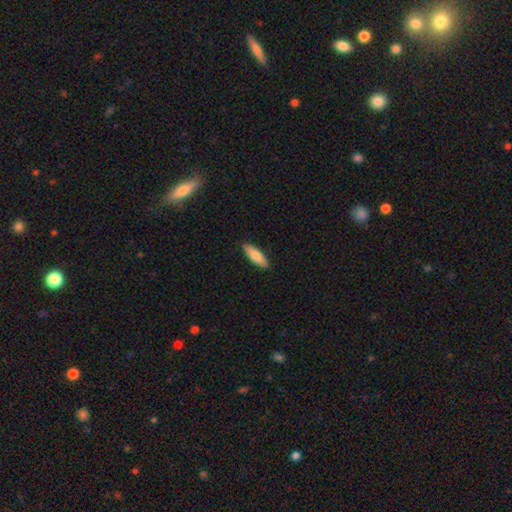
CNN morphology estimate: This is clearly a smooth galaxy (80%). How rounded: possibly in between (52%). Merging: clearly none (89%).